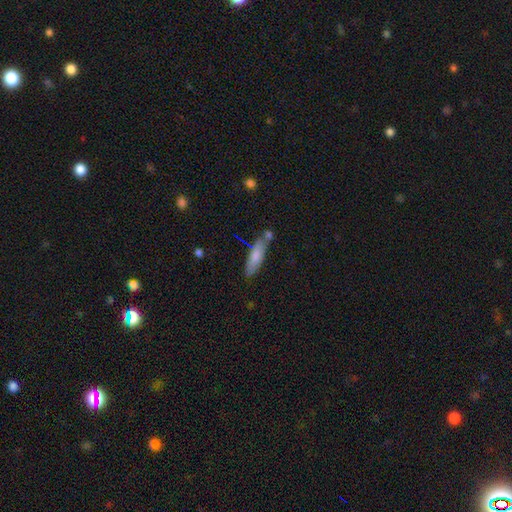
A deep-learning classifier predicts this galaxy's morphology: A smooth galaxy with no disk features (73%) that is cigar-shaped (64%).

Vote fractions:
- Smooth or featured? smooth: 73% / featured or disk: 21% / star or artifact: 6%
- How rounded? cigar-shaped: 64% / in between: 35% / round: 2%
- Merging? none: 66% / minor disturbance: 18% / merger: 12% / major disturbance: 4%